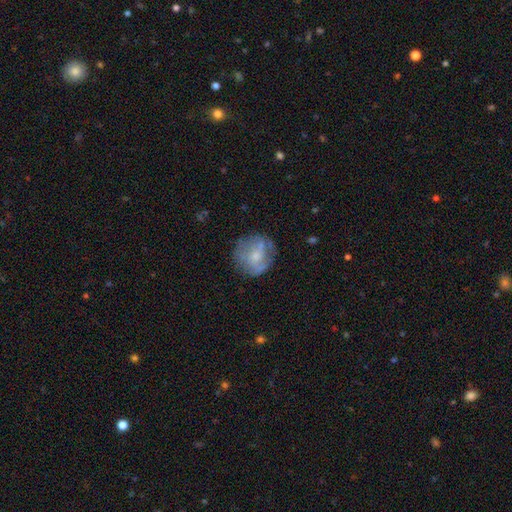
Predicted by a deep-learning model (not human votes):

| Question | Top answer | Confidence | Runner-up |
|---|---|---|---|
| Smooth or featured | smooth | 46% | featured or disk (45%) |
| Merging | none | 66% | minor disturbance (21%) |